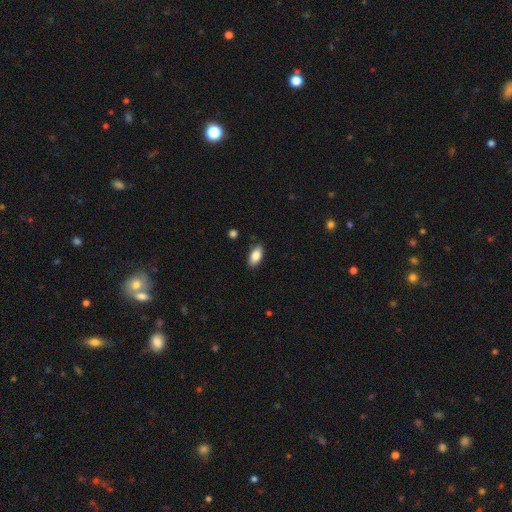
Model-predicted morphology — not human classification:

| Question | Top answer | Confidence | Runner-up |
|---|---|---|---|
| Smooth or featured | smooth | 86% | featured or disk (7%) |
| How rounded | in between | 91% | cigar-shaped (6%) |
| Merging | none | 85% | minor disturbance (11%) |